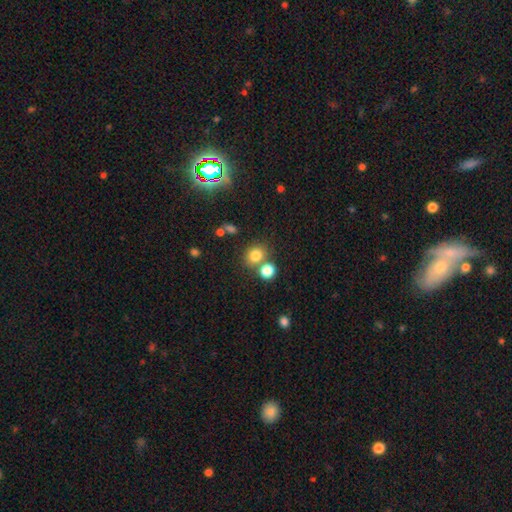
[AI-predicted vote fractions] Morphology: type=smooth (78%); roundness=round (70%); merging=none (61%).